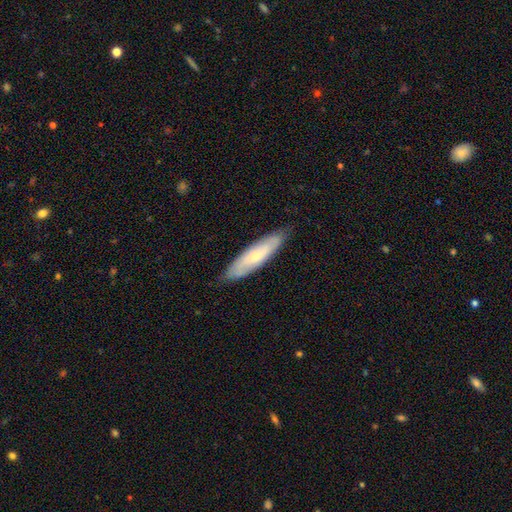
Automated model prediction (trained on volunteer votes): A smooth galaxy with no disk features (53%) that is cigar-shaped (71%).

Vote fractions:
- Smooth or featured? smooth: 53% / featured or disk: 41% / star or artifact: 5%
- How rounded? cigar-shaped: 71% / in between: 27% / round: 1%
- Merging? none: 83% / minor disturbance: 14% / major disturbance: 2% / merger: 1%